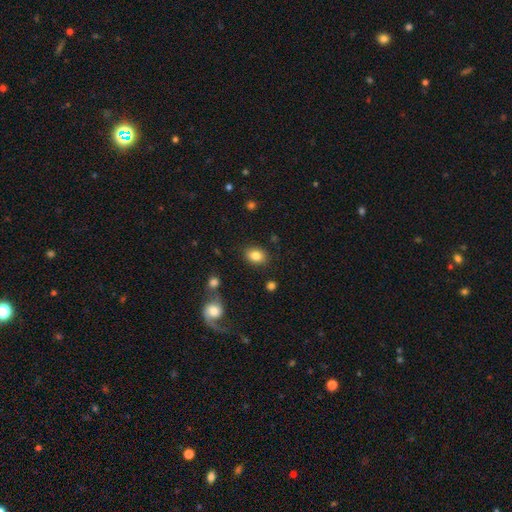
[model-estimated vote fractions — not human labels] Morphology: type=smooth (83%); roundness=in between (65%); merging=none (85%).